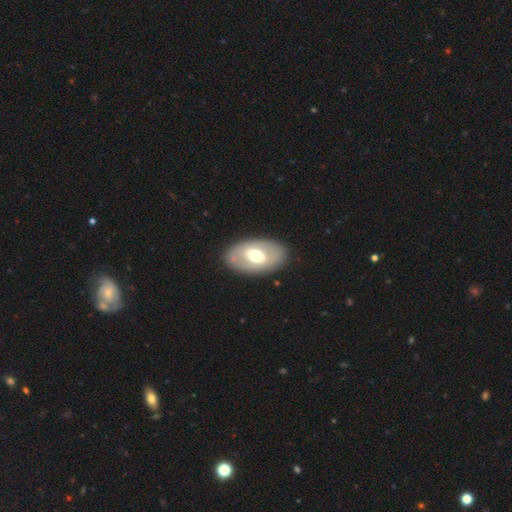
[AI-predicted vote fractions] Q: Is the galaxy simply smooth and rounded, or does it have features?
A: smooth — 49%.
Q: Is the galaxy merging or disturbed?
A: none — 84%.